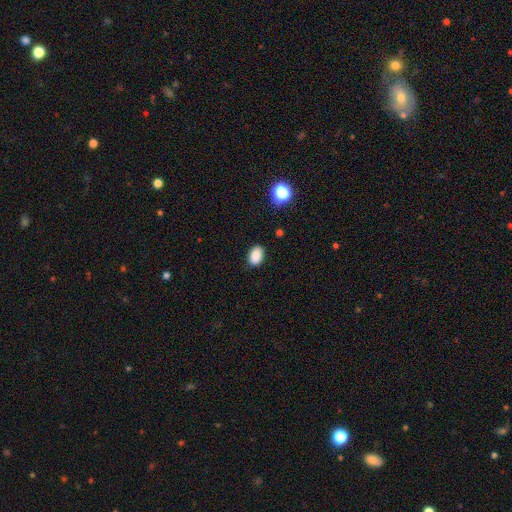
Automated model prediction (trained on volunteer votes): Q: Smooth or featured?
A: smooth (87%); runner-up: star or artifact (10%)
Q: How rounded?
A: in between (86%); runner-up: round (13%)
Q: Merging?
A: none (87%); runner-up: minor disturbance (10%)